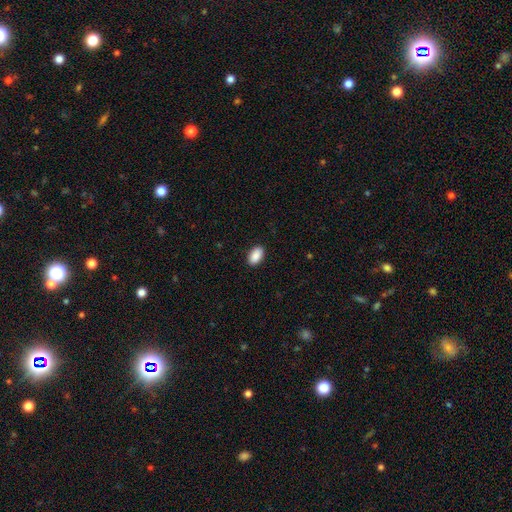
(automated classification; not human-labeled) Morphology: type=smooth (90%); roundness=in between (94%); merging=none (90%).